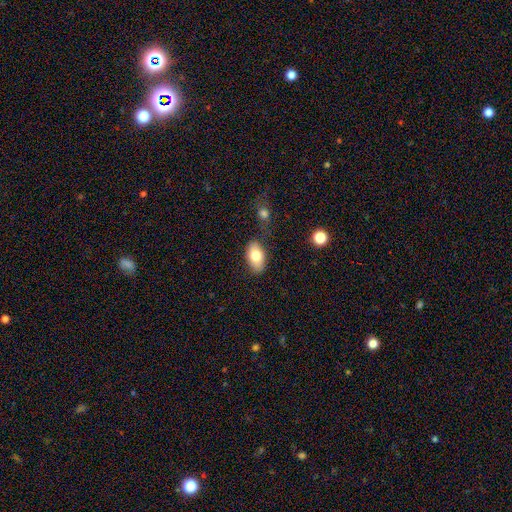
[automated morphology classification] A smooth galaxy with no disk features (78%) that is in between round and cigar-shaped (91%). Merging: none (77%).